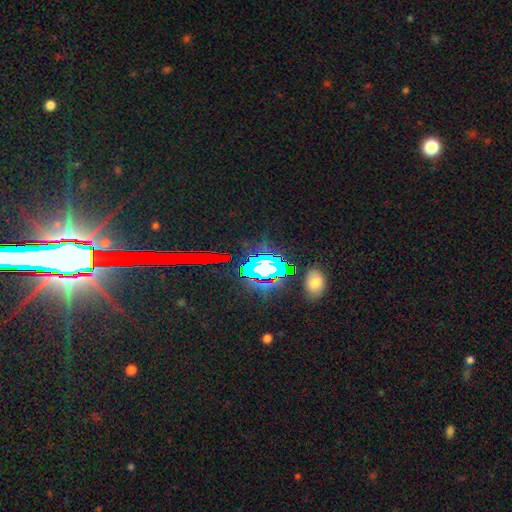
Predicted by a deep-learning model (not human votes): Smooth or featured? star or artifact (82%)